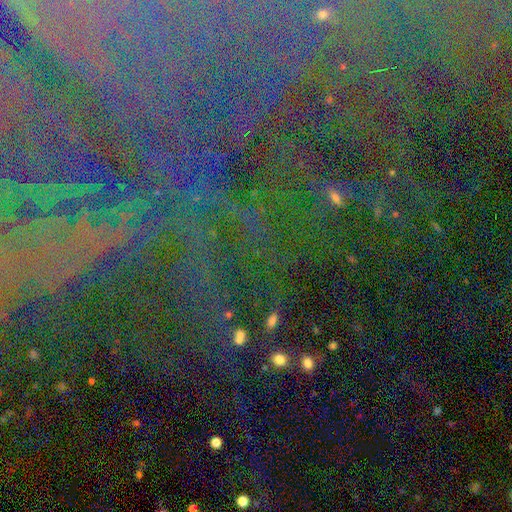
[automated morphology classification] Smooth or featured? Predicted: star or artifact (p=0.83).